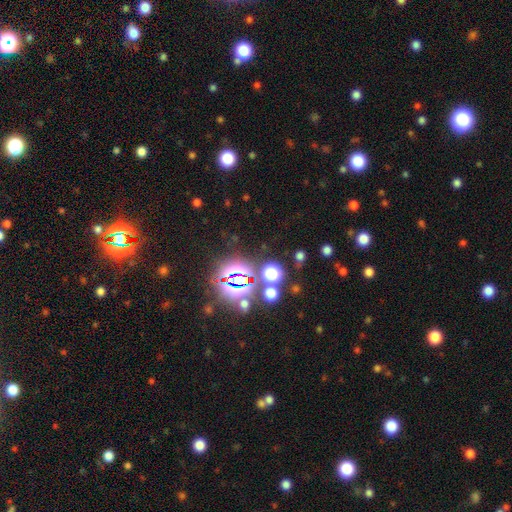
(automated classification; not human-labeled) Q: Smooth or featured?
A: star or artifact (81%); runner-up: smooth (12%)